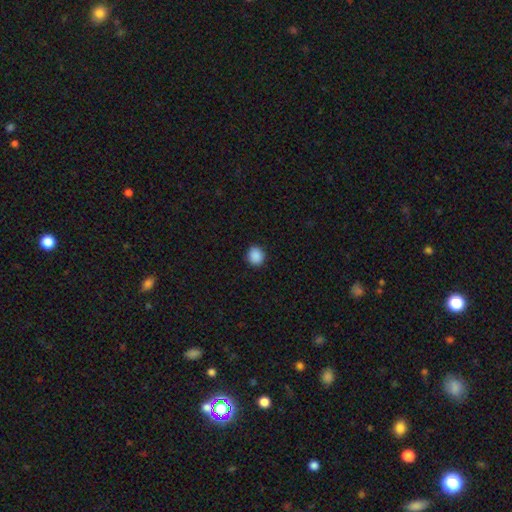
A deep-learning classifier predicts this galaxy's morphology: smooth_or_featured: smooth (p=0.89) [alt: star or artifact p=0.09]
how_rounded: round (p=0.85) [alt: in between p=0.14]
merging: none (p=0.92) [alt: minor disturbance p=0.06]